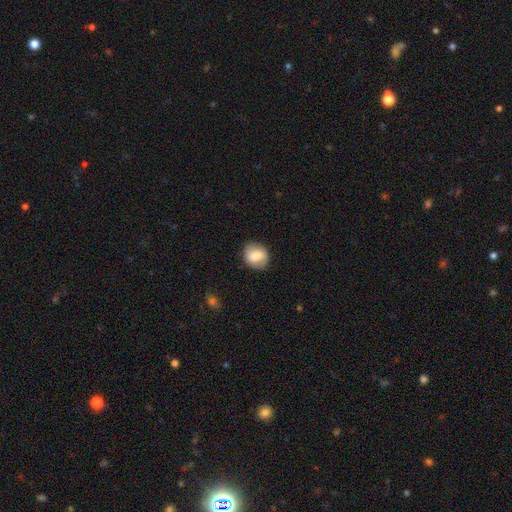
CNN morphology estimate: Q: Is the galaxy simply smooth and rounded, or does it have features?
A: smooth — 74%.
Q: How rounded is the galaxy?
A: round — 74%.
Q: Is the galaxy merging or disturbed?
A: none — 85%.